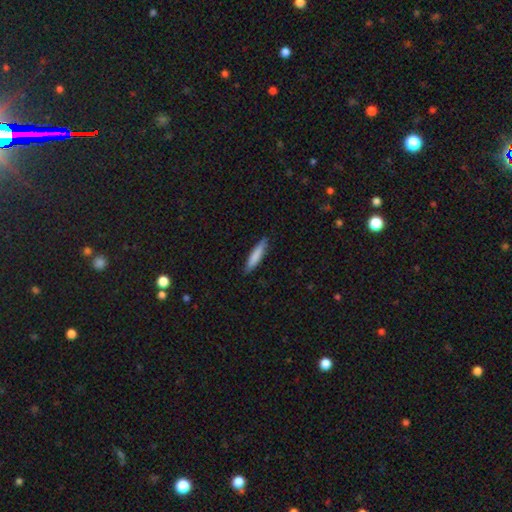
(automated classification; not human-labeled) A smooth galaxy with no disk features (82%) that is cigar-shaped (86%). Merging: none (88%).